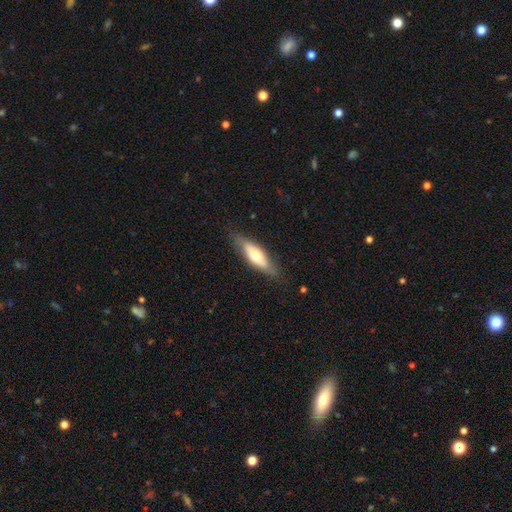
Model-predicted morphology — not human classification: Smooth or featured? smooth (54%)
How rounded? in between (53%)
Merging? none (78%)